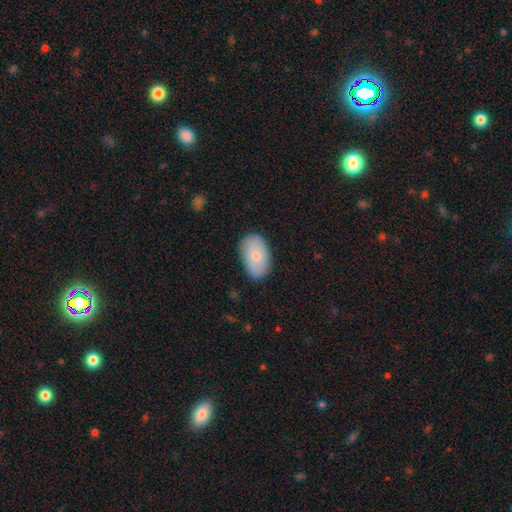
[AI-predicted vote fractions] Morphology: type=smooth (77%); roundness=in between (92%); merging=none (83%).